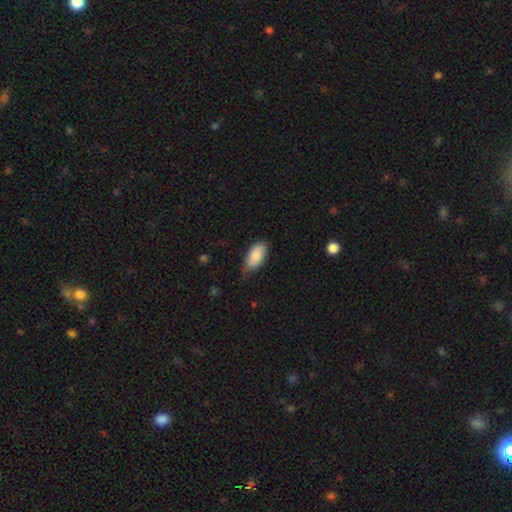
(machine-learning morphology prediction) smooth_or_featured: smooth (p=0.86) [alt: featured or disk p=0.08]
how_rounded: in between (p=0.92) [alt: cigar-shaped p=0.06]
merging: none (p=0.62) [alt: minor disturbance p=0.31]